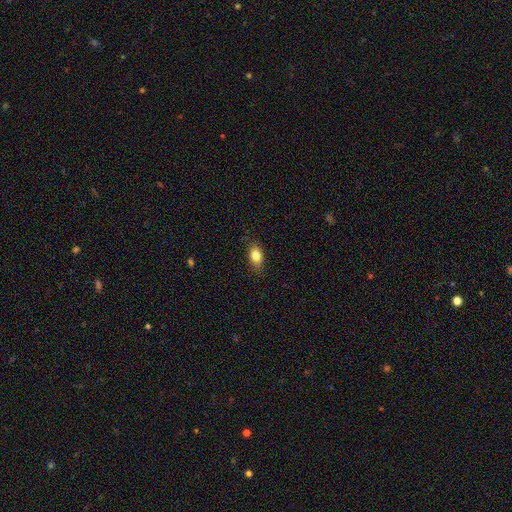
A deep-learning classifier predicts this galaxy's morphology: smooth 82%, featured or disk 9%, star or artifact 9%. Down the decision tree: how rounded — in between (79%); merging — none (81%).